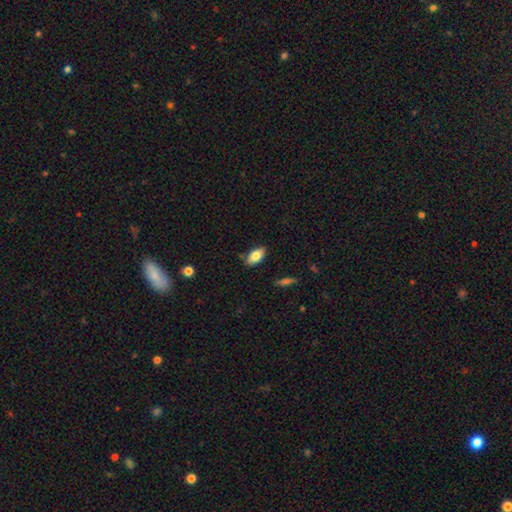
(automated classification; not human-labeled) Smooth or featured?
  - smooth: 79% *
  - featured or disk: 14%
  - star or artifact: 7%
How rounded?
  - in between: 92% *
  - cigar-shaped: 5%
  - round: 3%
Merging?
  - none: 82% *
  - minor disturbance: 13%
  - major disturbance: 2%
  - merger: 2%